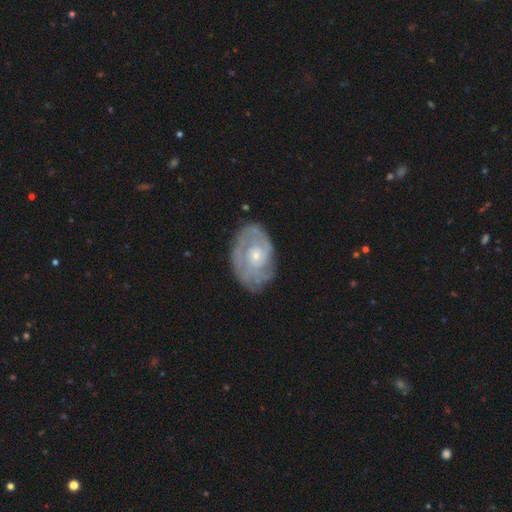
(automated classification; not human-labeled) The model was most divided on "spiral arm count": can't tell: 46%, 2: 24%, 3: 14%, 4: 7%, 1: 6%, more than 4: 4%. More confident: edge-on disk — no (96%); spiral arms — yes (85%); bar — no (78%); smooth or featured — featured or disk (76%); merging — none (72%); spiral winding — tight (66%); bulge size — small (64%).